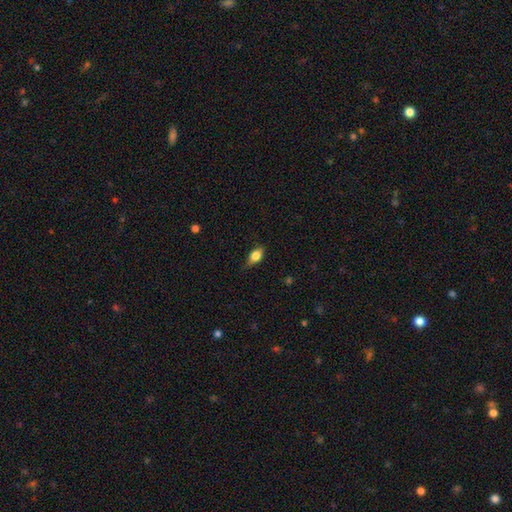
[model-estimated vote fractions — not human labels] smooth 75%, featured or disk 17%, star or artifact 8%. Down the decision tree: how rounded — in between (83%); merging — none (70%).